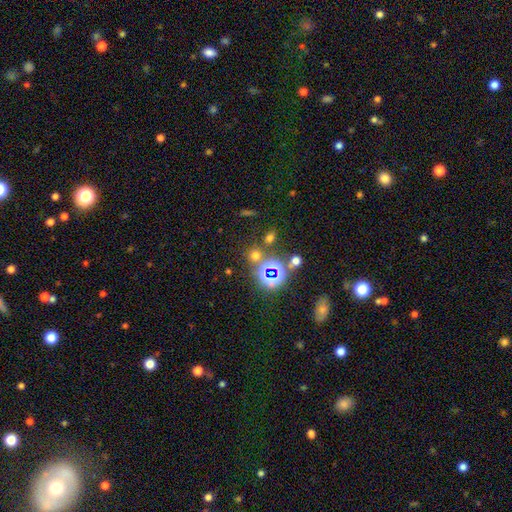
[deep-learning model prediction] Smooth or featured?
  - smooth: 51% *
  - star or artifact: 41%
  - featured or disk: 8%
How rounded?
  - round: 84% *
  - in between: 14%
  - cigar-shaped: 2%
Merging?
  - none: 73% *
  - merger: 13%
  - minor disturbance: 9%
  - major disturbance: 5%